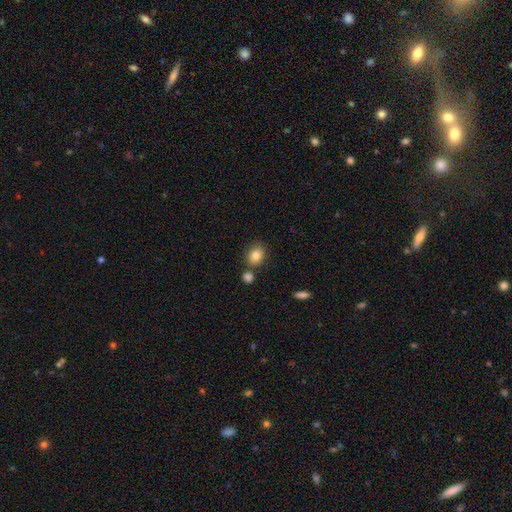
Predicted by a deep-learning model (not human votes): Overall: smooth (83%). How rounded: in between (50%; round 49%). Merging: none (72%).